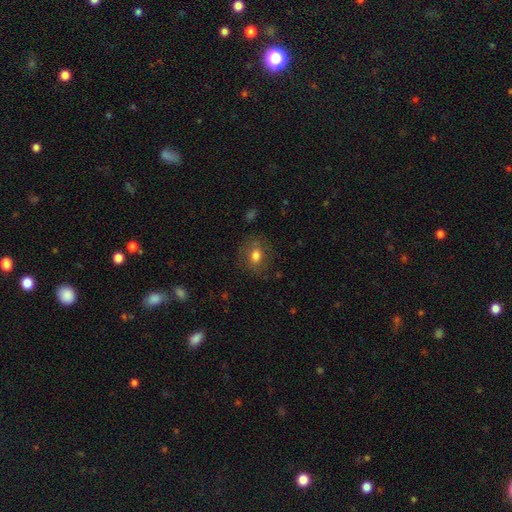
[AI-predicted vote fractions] This appears to be a smooth galaxy with no disk features (73%) that is round (60%). Merging: none (78%).